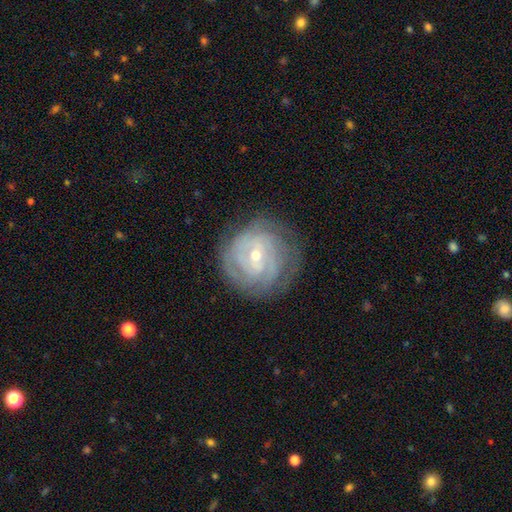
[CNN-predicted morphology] Smooth or featured: featured or disk — 83% (smooth — 11%)
Edge-on disk: no — 97% (yes — 3%)
Bar: weak — 46% (no — 39%)
Spiral arms: yes — 94% (no — 6%)
Spiral winding: tight — 77% (medium — 19%)
Spiral arm count: can't tell — 39% (3 — 19%)
Bulge size: small — 60% (moderate — 37%)
Merging: none — 77% (minor disturbance — 16%)